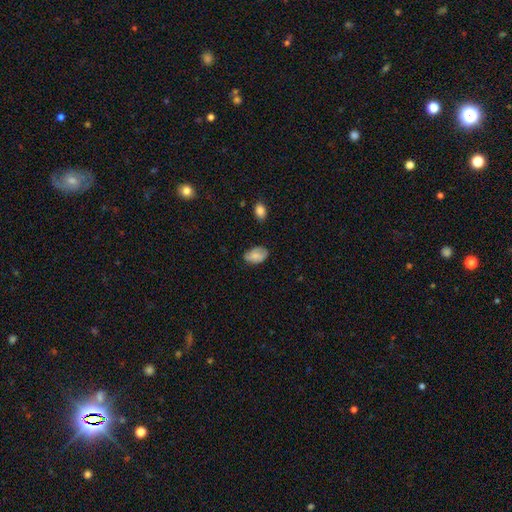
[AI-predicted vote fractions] A smooth galaxy with no disk features (74%) that is in between round and cigar-shaped (90%).

Vote fractions:
- Smooth or featured? smooth: 74% / featured or disk: 18% / star or artifact: 8%
- How rounded? in between: 90% / round: 9% / cigar-shaped: 1%
- Merging? none: 66% / minor disturbance: 27% / major disturbance: 5% / merger: 2%